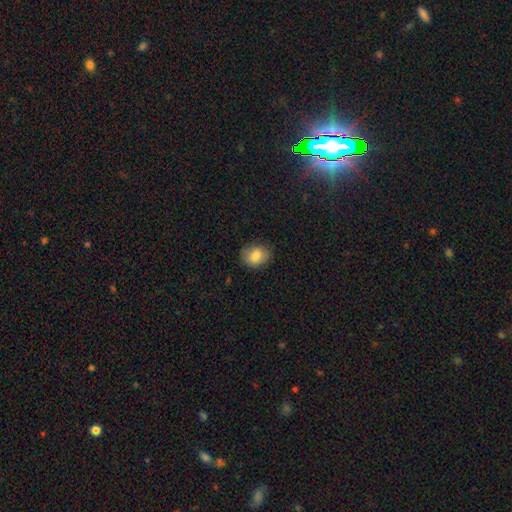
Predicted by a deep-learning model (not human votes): A smooth galaxy with no disk features (83%) that is in between round and cigar-shaped (56%).

Vote fractions:
- Smooth or featured? smooth: 83% / featured or disk: 9% / star or artifact: 8%
- How rounded? in between: 56% / round: 43% / cigar-shaped: 1%
- Merging? none: 80% / minor disturbance: 15% / major disturbance: 3% / merger: 1%